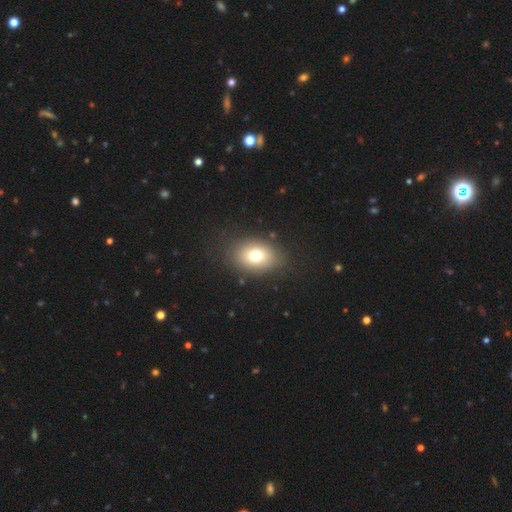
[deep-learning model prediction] Overall: smooth (73%). How rounded: in between (68%; round 31%). Merging: none (83%).